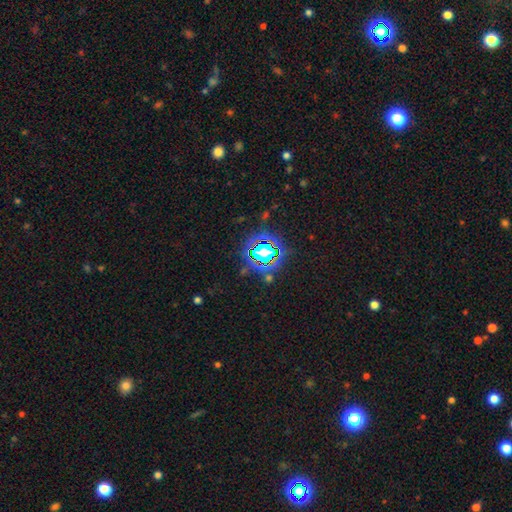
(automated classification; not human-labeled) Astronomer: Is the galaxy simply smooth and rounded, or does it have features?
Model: star or artifact — 71%.